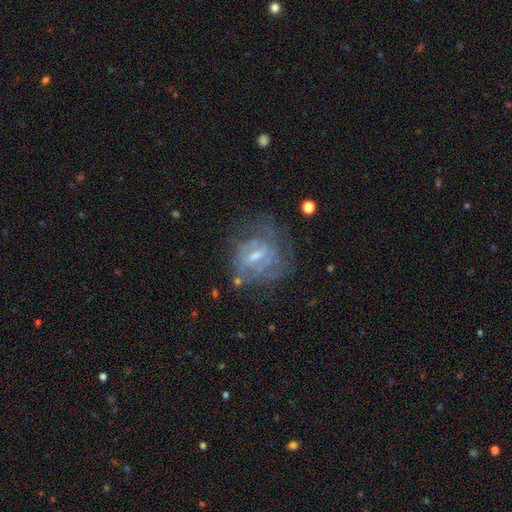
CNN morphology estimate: Smooth or featured? Predicted: featured or disk (p=0.71). Edge-on disk? Predicted: no (p=0.96). Bar? Predicted: weak (p=0.54). Spiral arms? Predicted: yes (p=0.66). Bulge size? Predicted: small (p=0.50). Merging? Predicted: none (p=0.52).